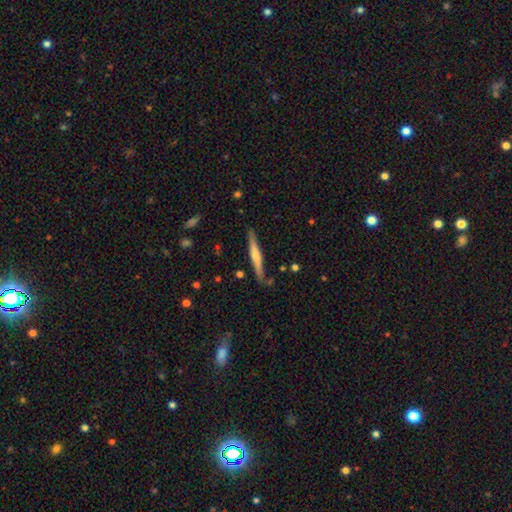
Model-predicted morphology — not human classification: Q: Smooth or featured?
A: featured or disk (50%); runner-up: smooth (44%)
Q: Edge-on disk?
A: yes (96%); runner-up: no (4%)
Q: Merging?
A: none (83%); runner-up: minor disturbance (12%)